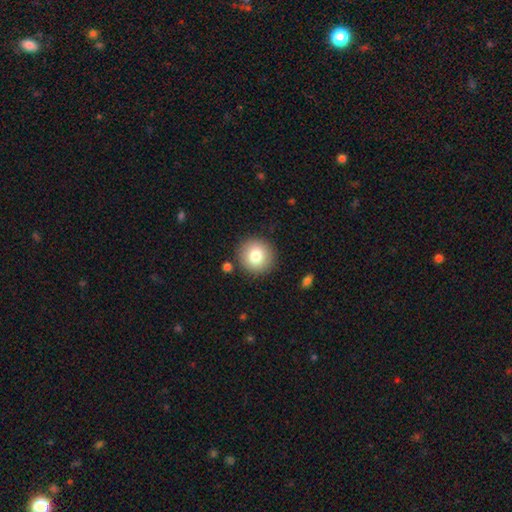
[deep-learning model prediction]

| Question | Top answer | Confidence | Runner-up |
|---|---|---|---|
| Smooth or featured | smooth | 81% | featured or disk (10%) |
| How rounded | round | 94% | in between (5%) |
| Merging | none | 88% | minor disturbance (7%) |